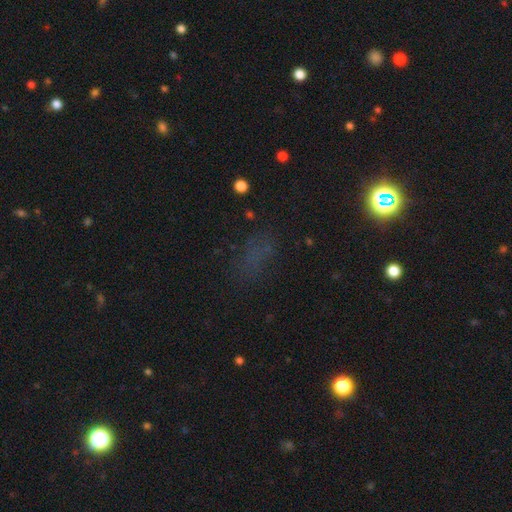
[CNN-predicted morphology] This appears to be a smooth galaxy with no disk features (44%). Merging: none (69%).